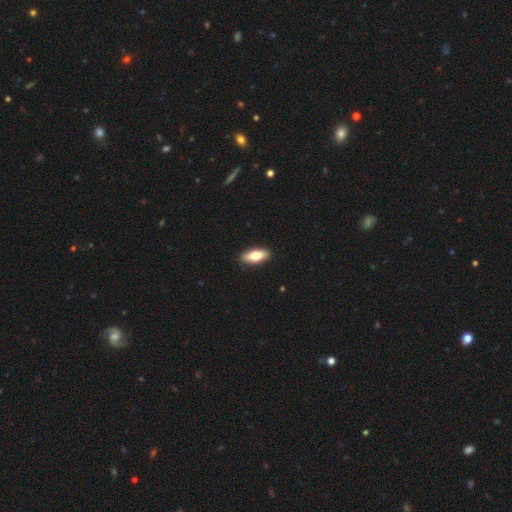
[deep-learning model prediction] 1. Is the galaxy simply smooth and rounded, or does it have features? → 75% smooth, 19% featured or disk, 6% star or artifact.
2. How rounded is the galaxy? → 82% in between, 15% cigar-shaped, 3% round.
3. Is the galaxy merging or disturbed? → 89% none, 8% minor disturbance, 2% major disturbance, 1% merger.